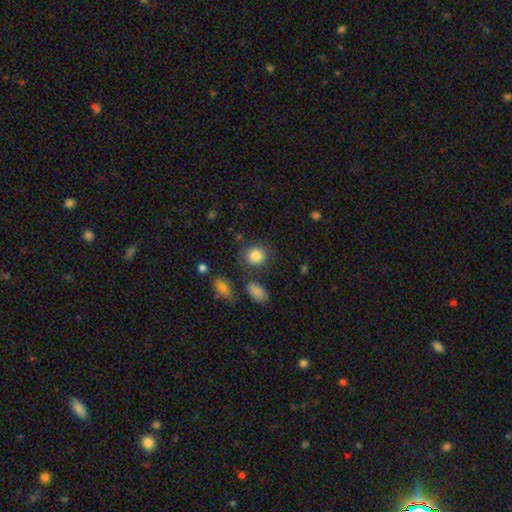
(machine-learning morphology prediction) smooth_or_featured: smooth (p=0.85) [alt: star or artifact p=0.09]
how_rounded: round (p=0.75) [alt: in between p=0.24]
merging: none (p=0.78) [alt: minor disturbance p=0.12]